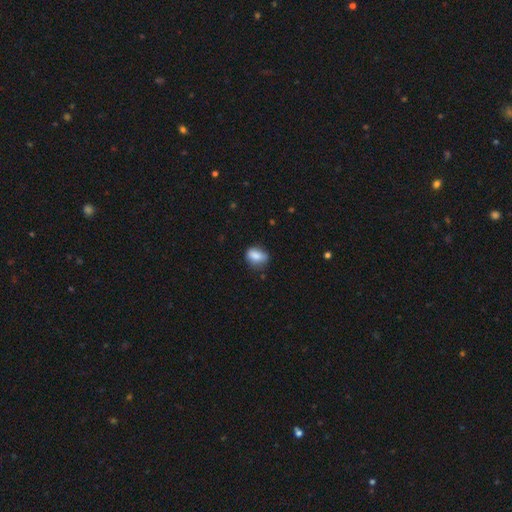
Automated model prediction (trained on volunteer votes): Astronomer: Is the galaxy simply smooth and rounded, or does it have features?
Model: smooth — 81%.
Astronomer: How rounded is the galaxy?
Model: in between — 74%.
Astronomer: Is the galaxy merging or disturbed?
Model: none — 64%.